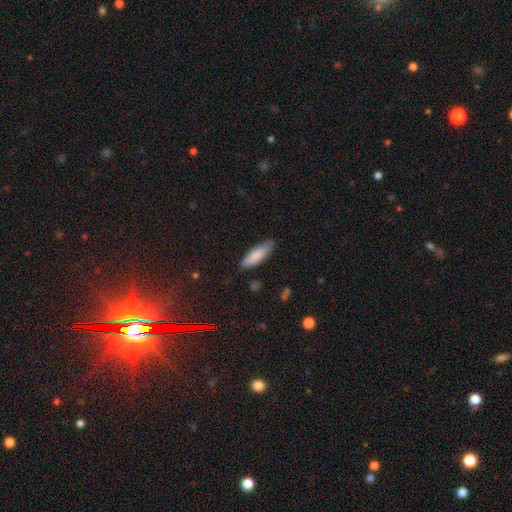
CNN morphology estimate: Overall: smooth (85%). How rounded: in between (52%; cigar-shaped 46%). Merging: none (81%).